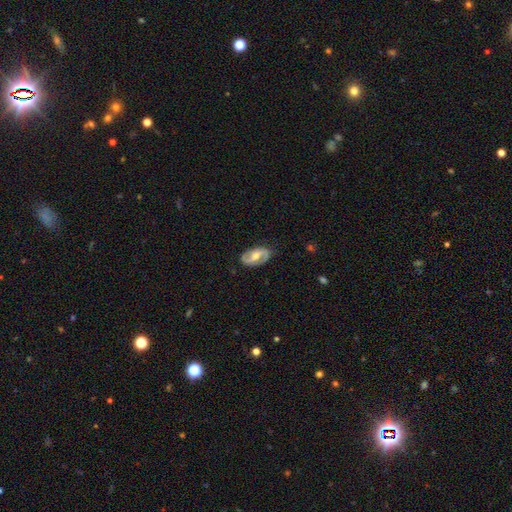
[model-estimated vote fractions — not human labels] This is clearly a featured or disk galaxy (80%). It is clearly not viewed edge-on (96%). Bar: marginally weak (44%). Spiral arm pattern: clearly yes (91%). Spiral arm count: clearly 2 (90%). Spiral winding: possibly medium (45%). Central bulge: likely moderate (66%). Merging: clearly none (84%).